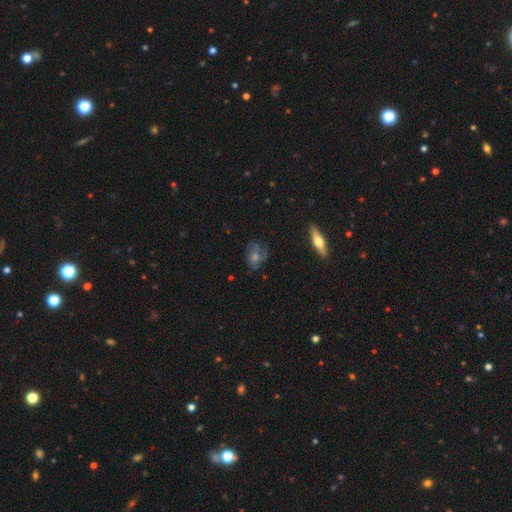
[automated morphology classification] A featured or disk galaxy (62%) with no bar (77%), spiral arms (68%) and a moderate central bulge (46%).

Vote fractions:
- Smooth or featured? featured or disk: 62% / smooth: 23% / star or artifact: 15%
- Edge-on disk? no: 83% / yes: 17%
- Bar? no: 77% / weak: 19% / strong: 4%
- Spiral arms? yes: 68% / no: 32%
- Bulge size? moderate: 46% / small: 35% / none: 9% / large: 8% / dominant: 2%
- Merging? none: 65% / minor disturbance: 21% / major disturbance: 12% / merger: 2%